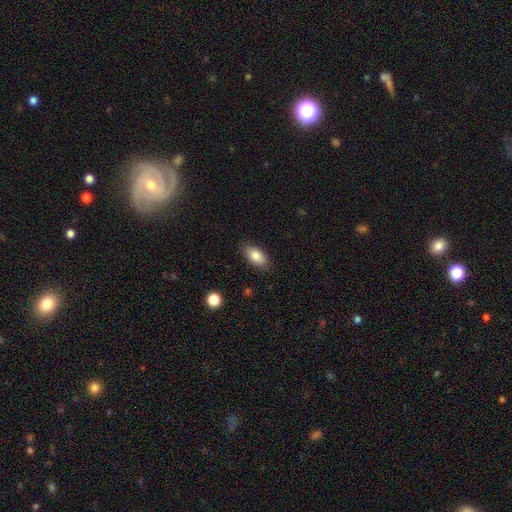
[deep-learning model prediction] A smooth galaxy with no disk features (83%) that is in between round and cigar-shaped (91%). Merging: none (84%).